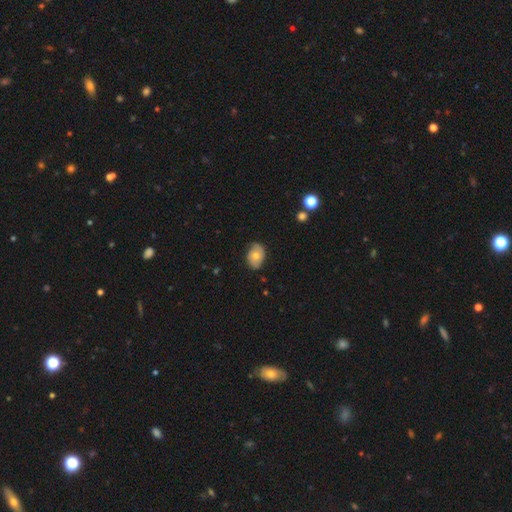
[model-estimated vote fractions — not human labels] Morphology: type=smooth (56%); roundness=in between (73%); merging=none (74%).